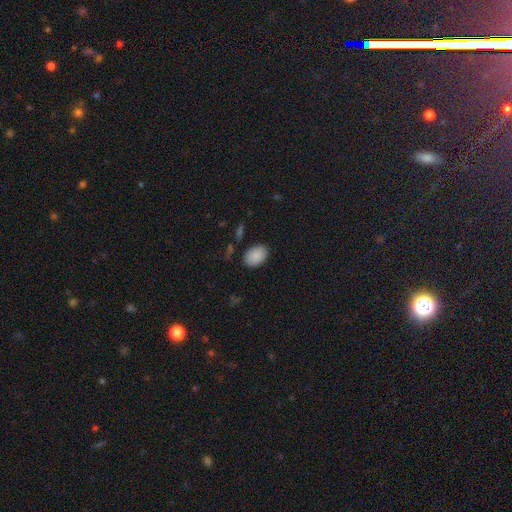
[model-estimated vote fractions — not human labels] smooth-or-featured: smooth: 89% | star or artifact: 7% | featured or disk: 4%
  how-rounded: in between: 84% | round: 15% | cigar-shaped: 1%
  merging: none: 84% | minor disturbance: 11% | major disturbance: 3% | merger: 2%